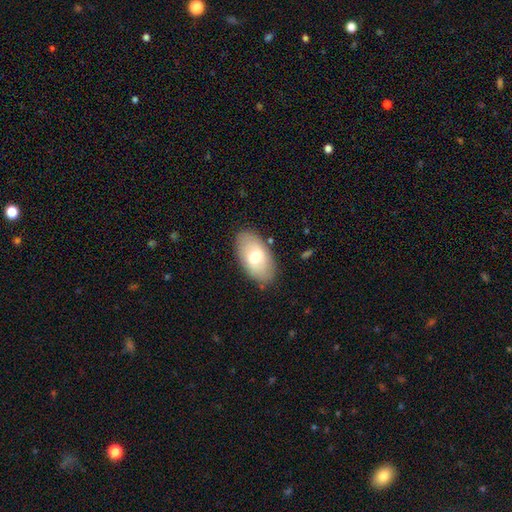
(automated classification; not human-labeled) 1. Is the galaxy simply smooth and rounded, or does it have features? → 69% smooth, 25% featured or disk, 6% star or artifact.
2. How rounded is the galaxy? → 94% in between, 4% round, 2% cigar-shaped.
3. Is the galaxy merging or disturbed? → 83% none, 12% minor disturbance, 3% major disturbance, 2% merger.